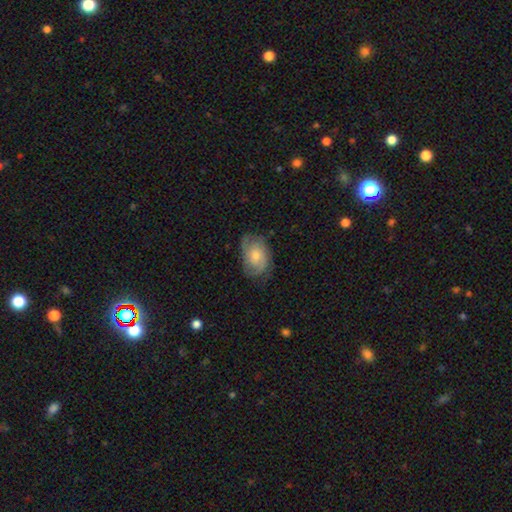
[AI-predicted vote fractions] smooth_or_featured: featured or disk (p=0.58) [alt: smooth p=0.35]
disk_edge_on: no (p=0.96) [alt: yes p=0.04]
bar: no (p=0.73) [alt: weak p=0.23]
has_spiral_arms: yes (p=0.87) [alt: no p=0.13]
bulge_size: moderate (p=0.48) [alt: small p=0.44]
merging: none (p=0.68) [alt: minor disturbance p=0.23]